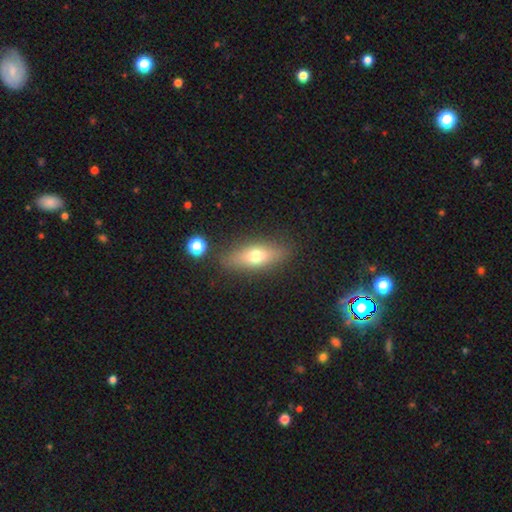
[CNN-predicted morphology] type=smooth (63%); roundness=in between (62%); merging=none (82%).